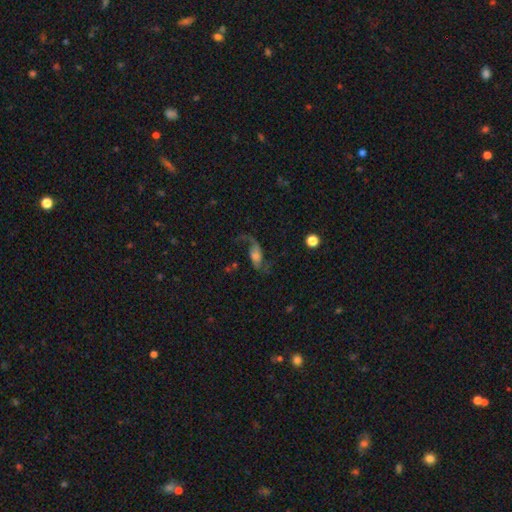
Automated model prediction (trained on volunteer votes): Morphology: type=featured or disk (72%); edge-on=no (94%); bar=no (57%); spiral arms=yes (92%); winding=loose (83%); arm count=2 (83%); bulge=moderate (38%); merging=none (55%).